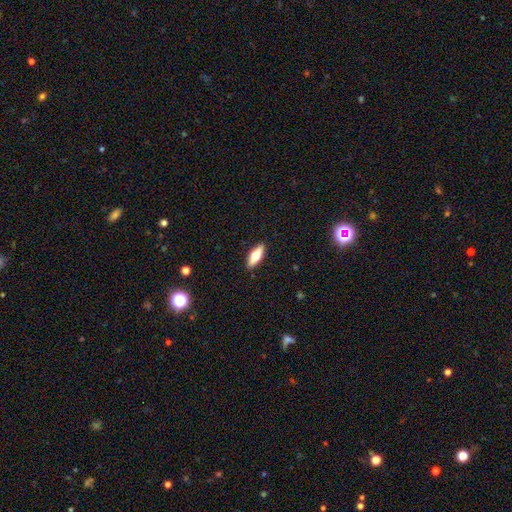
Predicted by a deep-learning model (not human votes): Q: Smooth or featured?
A: smooth (63%); runner-up: featured or disk (30%)
Q: How rounded?
A: in between (63%); runner-up: cigar-shaped (35%)
Q: Merging?
A: none (90%); runner-up: minor disturbance (8%)